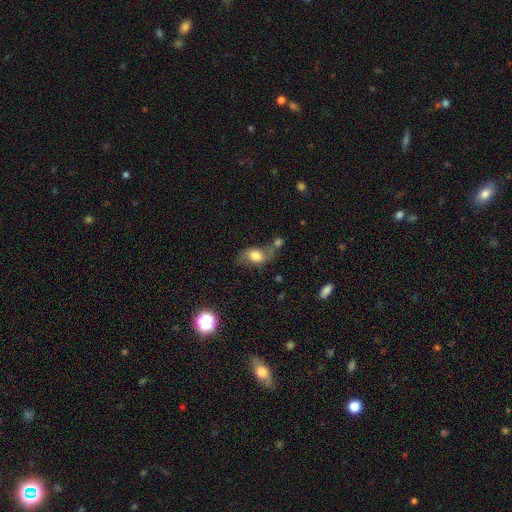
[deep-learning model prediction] smooth_or_featured: smooth (p=0.57) [alt: featured or disk p=0.33]
how_rounded: in between (p=0.77) [alt: round p=0.20]
merging: none (p=0.39) [alt: merger p=0.27]